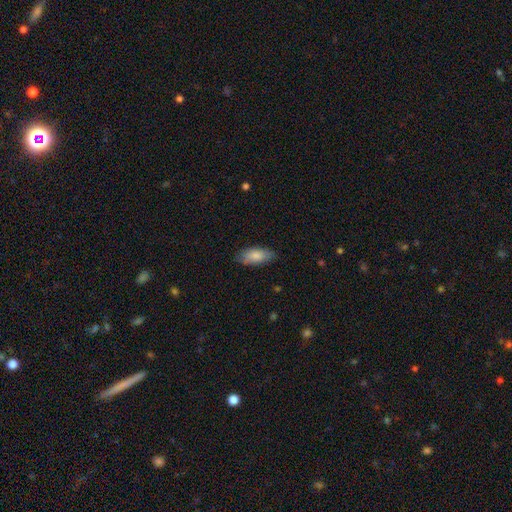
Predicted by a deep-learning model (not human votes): The model was most divided on "merging": none: 78%, minor disturbance: 18%, major disturbance: 3%, merger: 1%. More confident: how rounded — in between (85%); smooth or featured — smooth (82%).